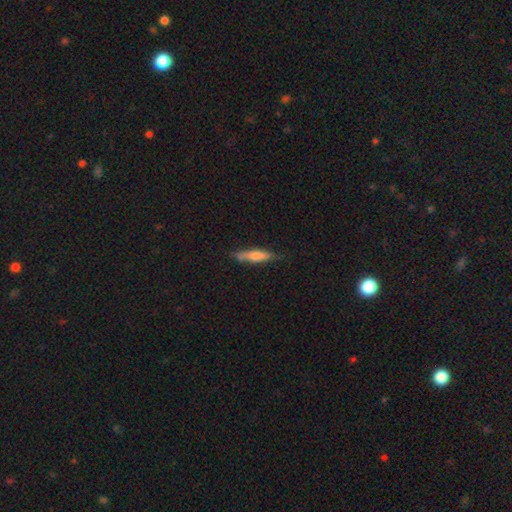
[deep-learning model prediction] Smooth or featured?
  - smooth: 63% *
  - featured or disk: 31%
  - star or artifact: 6%
How rounded?
  - cigar-shaped: 83% *
  - in between: 15%
  - round: 2%
Merging?
  - none: 75% *
  - minor disturbance: 20%
  - major disturbance: 3%
  - merger: 2%